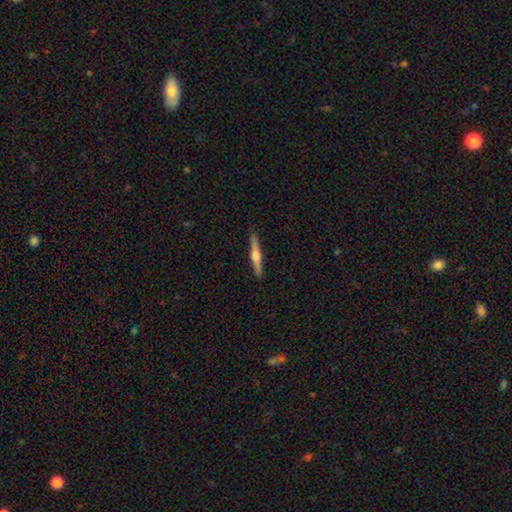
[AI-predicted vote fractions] smooth_or_featured: featured or disk (p=0.63) [alt: smooth p=0.32]
disk_edge_on: yes (p=0.98) [alt: no p=0.02]
edge_on_bulge: rounded (p=0.90) [alt: boxy p=0.06]
merging: none (p=0.90) [alt: minor disturbance p=0.07]